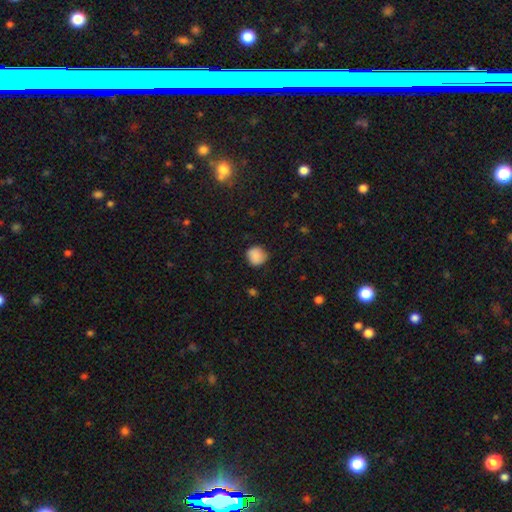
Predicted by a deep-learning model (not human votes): Smooth or featured? smooth (81%)
How rounded? round (87%)
Merging? none (74%)